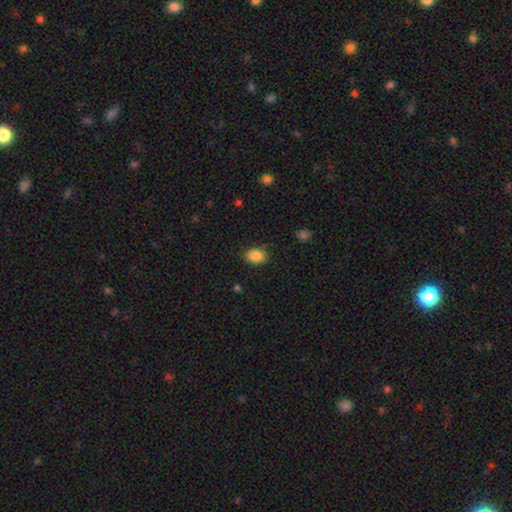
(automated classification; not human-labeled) smooth-or-featured: smooth: 87% | star or artifact: 9% | featured or disk: 4%
  how-rounded: in between: 70% | round: 29% | cigar-shaped: 1%
  merging: none: 83% | minor disturbance: 12% | major disturbance: 3% | merger: 1%